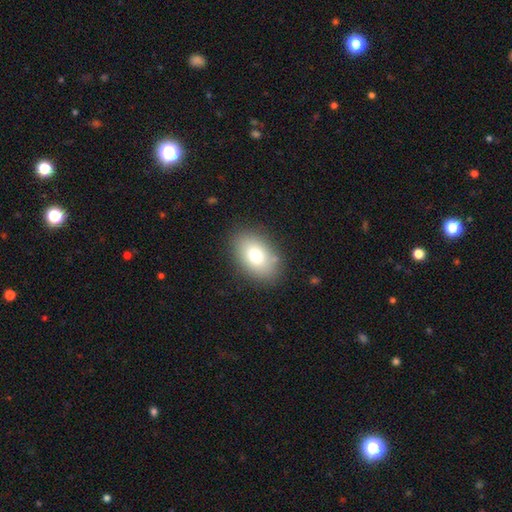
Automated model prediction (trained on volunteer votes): Smooth or featured?
  - smooth: 75% *
  - featured or disk: 15%
  - star or artifact: 10%
How rounded?
  - in between: 85% *
  - round: 14%
  - cigar-shaped: 1%
Merging?
  - none: 83% *
  - minor disturbance: 12%
  - major disturbance: 4%
  - merger: 2%